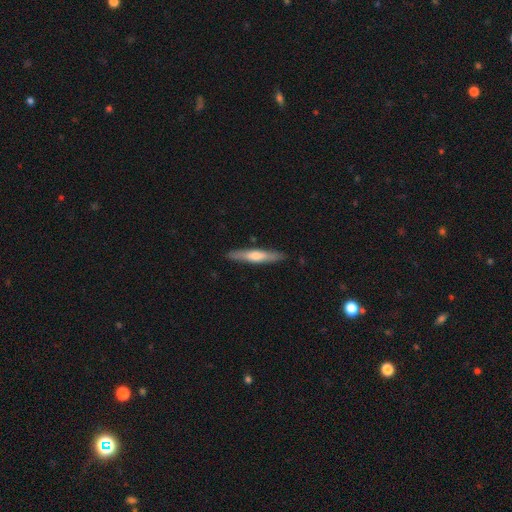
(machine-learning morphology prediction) smooth_or_featured: smooth (p=0.47) [tied with: featured or disk p=0.47]
merging: none (p=0.89) [alt: minor disturbance p=0.08]